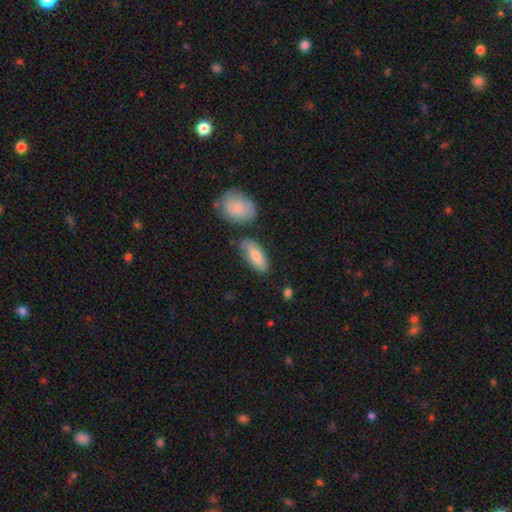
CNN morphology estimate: type=smooth (77%); roundness=in between (78%); merging=none (70%).